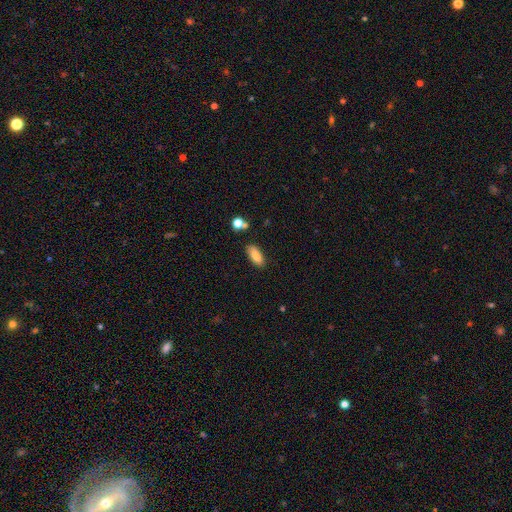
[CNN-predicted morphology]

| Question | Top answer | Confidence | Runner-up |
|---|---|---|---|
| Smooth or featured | smooth | 86% | star or artifact (8%) |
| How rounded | in between | 82% | cigar-shaped (16%) |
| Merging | none | 82% | minor disturbance (11%) |